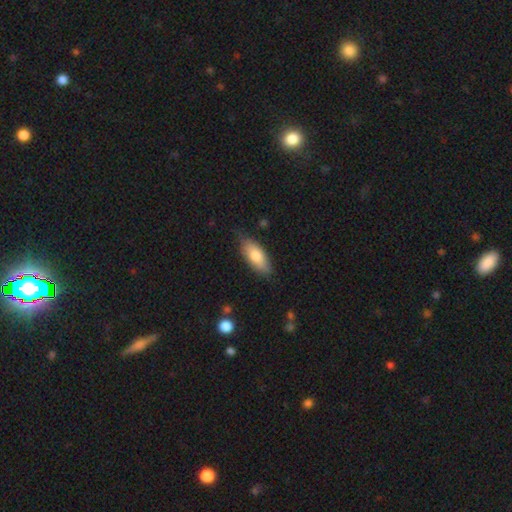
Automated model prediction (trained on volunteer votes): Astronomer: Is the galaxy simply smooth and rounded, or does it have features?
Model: smooth — 78%.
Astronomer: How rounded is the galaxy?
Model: in between — 80%.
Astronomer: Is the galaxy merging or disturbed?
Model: none — 78%.